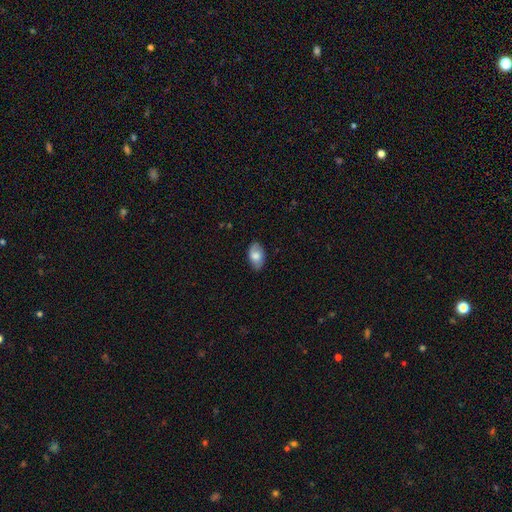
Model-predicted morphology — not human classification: type=smooth (72%); roundness=in between (92%); merging=none (81%).